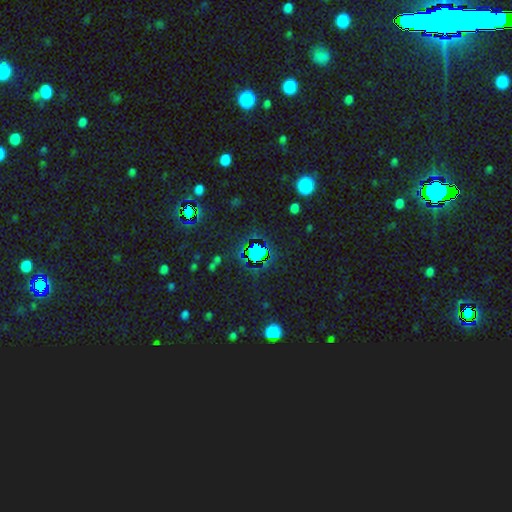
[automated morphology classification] Smooth or featured: star or artifact — 74% (smooth — 18%)